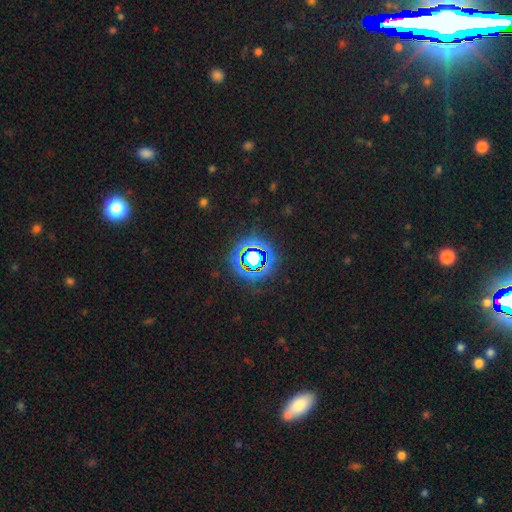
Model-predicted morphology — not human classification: A star or artifact, not a galaxy (76%).

Vote fractions:
- Smooth or featured? star or artifact: 76% / smooth: 15% / featured or disk: 9%